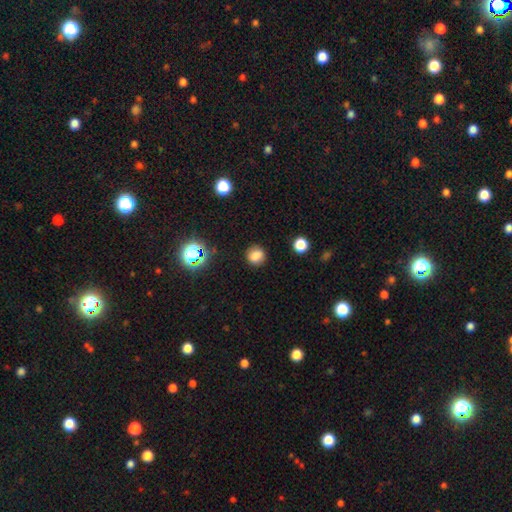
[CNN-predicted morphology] A smooth galaxy with no disk features (80%) that is round (77%).

Vote fractions:
- Smooth or featured? smooth: 80% / star or artifact: 15% / featured or disk: 6%
- How rounded? round: 77% / in between: 22% / cigar-shaped: 1%
- Merging? none: 86% / minor disturbance: 9% / major disturbance: 3% / merger: 1%